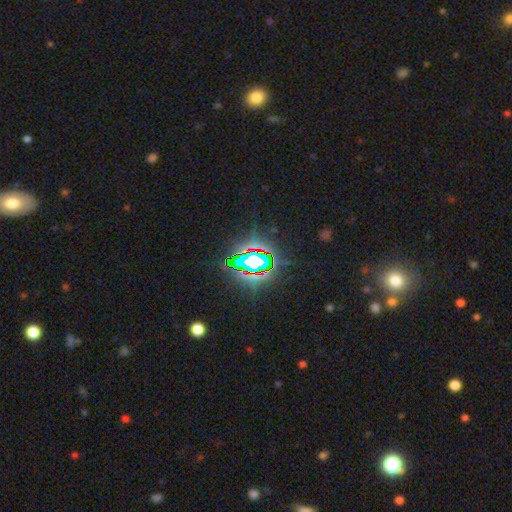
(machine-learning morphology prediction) Q: Smooth or featured?
A: star or artifact (81%); runner-up: smooth (11%)